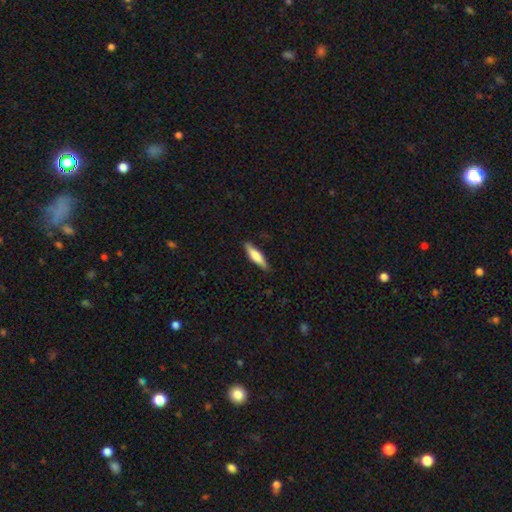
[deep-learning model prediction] This is likely a smooth galaxy (64%). How rounded: likely cigar-shaped (75%). Merging: clearly none (86%).